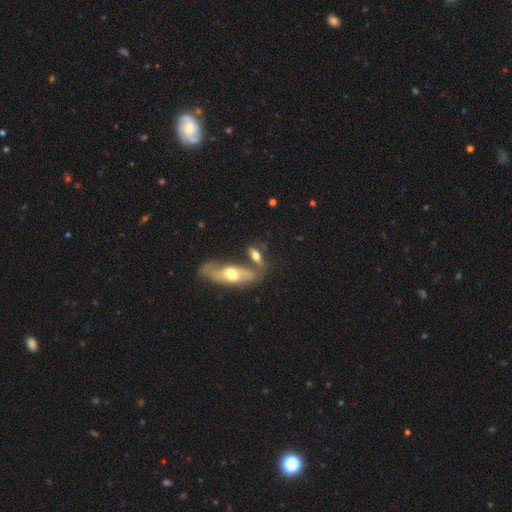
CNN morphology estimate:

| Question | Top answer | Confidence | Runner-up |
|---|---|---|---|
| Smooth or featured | smooth | 52% | featured or disk (40%) |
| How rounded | in between | 59% | cigar-shaped (32%) |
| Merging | none | 48% | merger (30%) |